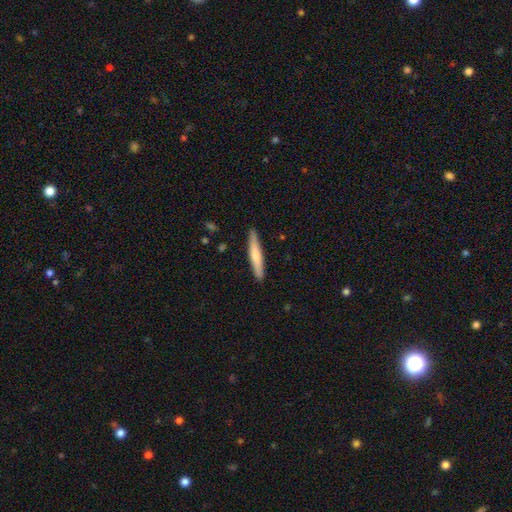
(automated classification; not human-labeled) smooth 64%, featured or disk 31%, star or artifact 5%. Down the decision tree: how rounded — cigar-shaped (92%); merging — none (90%).